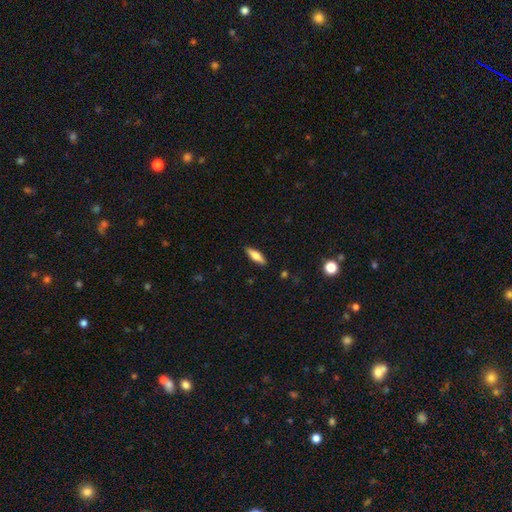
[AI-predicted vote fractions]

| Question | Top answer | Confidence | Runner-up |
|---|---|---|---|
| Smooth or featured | smooth | 59% | featured or disk (35%) |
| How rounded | cigar-shaped | 50% | in between (48%) |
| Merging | none | 89% | minor disturbance (8%) |